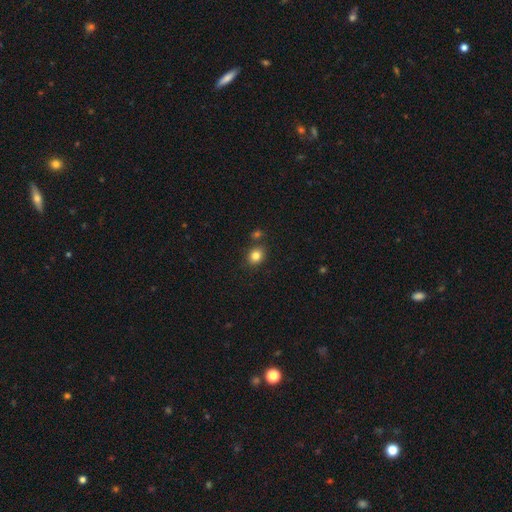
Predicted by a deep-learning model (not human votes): smooth-or-featured: smooth: 82% | star or artifact: 11% | featured or disk: 6%
  how-rounded: round: 65% | in between: 34% | cigar-shaped: 1%
  merging: none: 78% | minor disturbance: 11% | merger: 8% | major disturbance: 3%